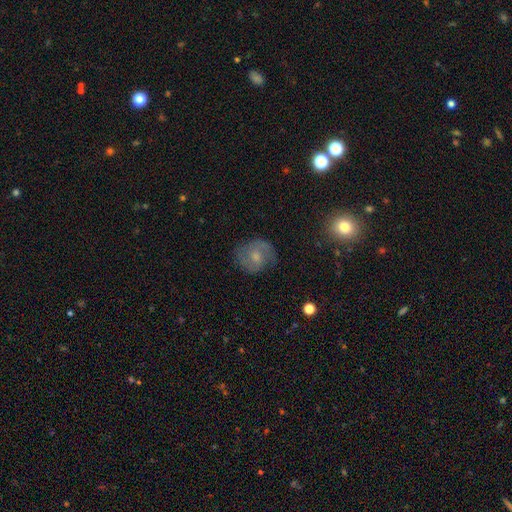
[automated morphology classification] Smooth or featured?
  - featured or disk: 55% *
  - smooth: 35%
  - star or artifact: 10%
Edge-on disk?
  - no: 97% *
  - yes: 3%
Bar?
  - no: 55% *
  - weak: 38%
  - strong: 7%
Spiral arms?
  - yes: 85% *
  - no: 15%
Bulge size?
  - moderate: 48% *
  - small: 40%
  - none: 7%
  - large: 4%
  - dominant: 1%
Merging?
  - none: 75% *
  - minor disturbance: 17%
  - major disturbance: 7%
  - merger: 1%